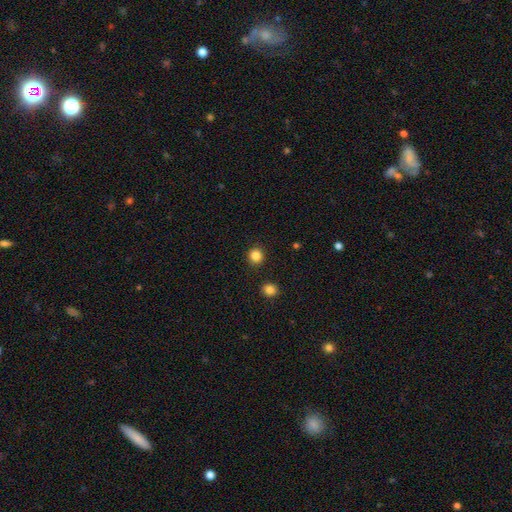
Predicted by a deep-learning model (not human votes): Smooth or featured?
  - smooth: 85% *
  - star or artifact: 12%
  - featured or disk: 3%
How rounded?
  - round: 90% *
  - in between: 9%
  - cigar-shaped: 1%
Merging?
  - none: 91% *
  - minor disturbance: 5%
  - merger: 2%
  - major disturbance: 2%